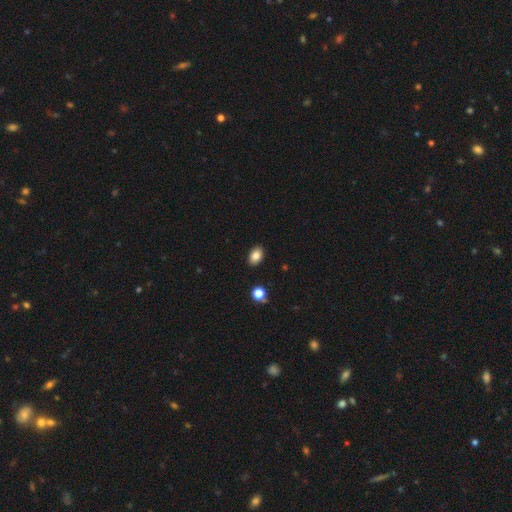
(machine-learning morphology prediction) A smooth galaxy with no disk features (84%) that is in between round and cigar-shaped (81%). Merging: none (89%).